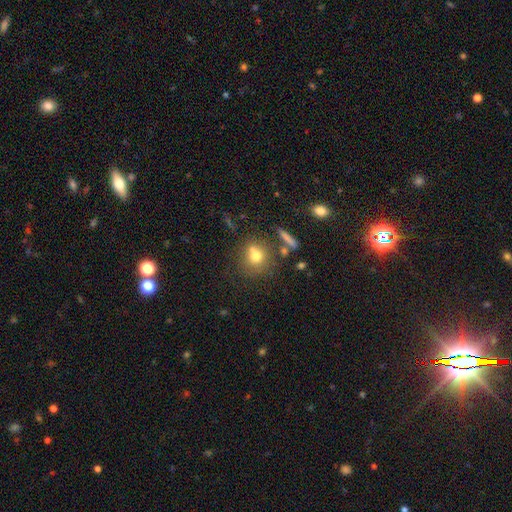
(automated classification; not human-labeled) Overall: smooth (70%). How rounded: round (80%). Merging: none (54%; merger 25%).